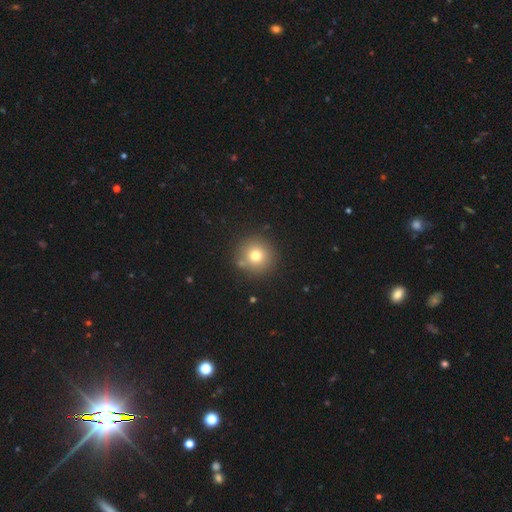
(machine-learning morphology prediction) A smooth galaxy with no disk features (74%) that is round (94%). Merging: none (84%).